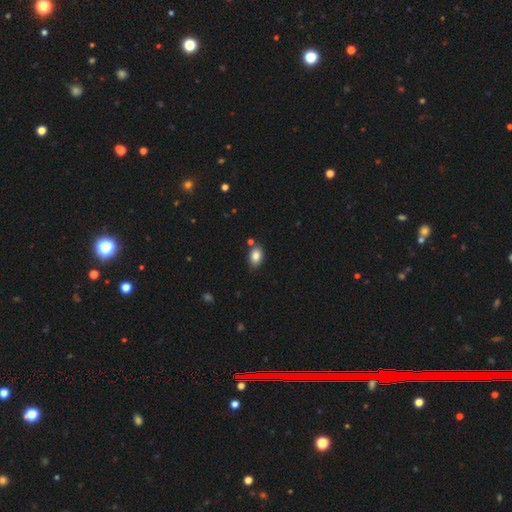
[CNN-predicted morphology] The model was most divided on "merging": none: 79%, minor disturbance: 12%, merger: 6%, major disturbance: 3%. More confident: smooth or featured — smooth (85%); how rounded — in between (84%).